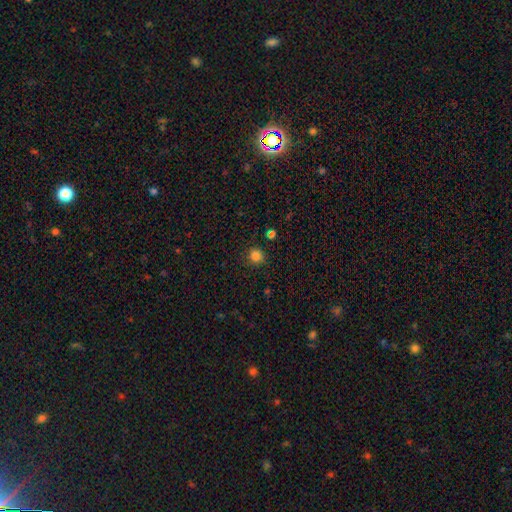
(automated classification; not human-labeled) smooth_or_featured: smooth (p=0.83) [alt: star or artifact p=0.14]
how_rounded: round (p=0.91) [alt: in between p=0.08]
merging: none (p=0.89) [alt: minor disturbance p=0.07]